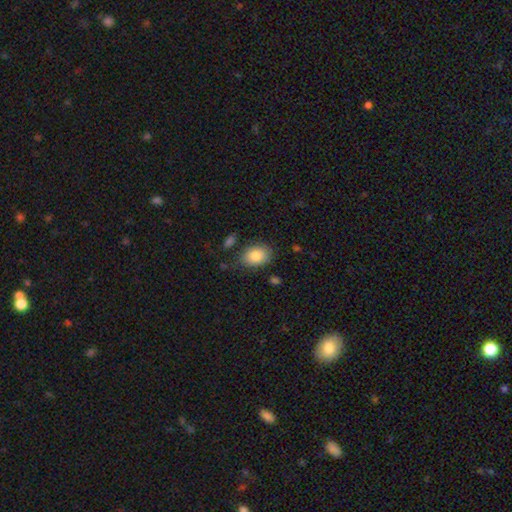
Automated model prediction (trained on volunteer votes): A smooth galaxy with no disk features (84%) that is in between round and cigar-shaped (79%).

Vote fractions:
- Smooth or featured? smooth: 84% / featured or disk: 8% / star or artifact: 7%
- How rounded? in between: 79% / round: 20% / cigar-shaped: 1%
- Merging? none: 75% / minor disturbance: 18% / major disturbance: 4% / merger: 3%